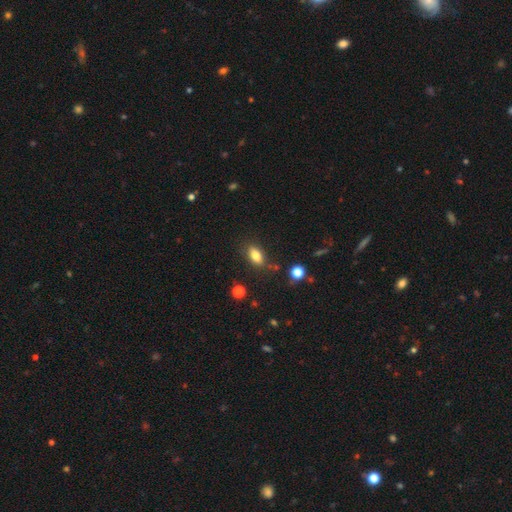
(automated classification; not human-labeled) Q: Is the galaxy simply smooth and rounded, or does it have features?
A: smooth — 80%.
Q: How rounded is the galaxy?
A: in between — 85%.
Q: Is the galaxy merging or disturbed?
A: none — 78%.